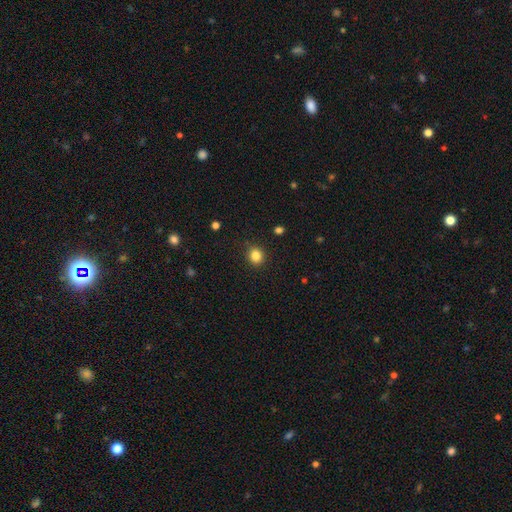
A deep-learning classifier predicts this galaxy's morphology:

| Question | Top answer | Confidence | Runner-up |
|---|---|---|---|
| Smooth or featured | smooth | 84% | star or artifact (11%) |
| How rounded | round | 80% | in between (19%) |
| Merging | none | 89% | minor disturbance (7%) |